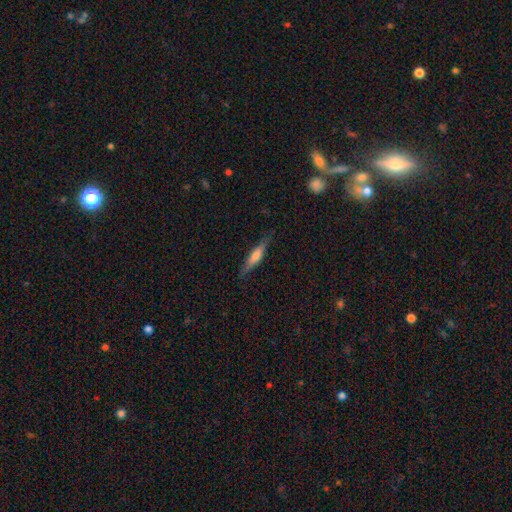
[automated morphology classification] Smooth or featured: featured or disk — 53% (smooth — 40%)
Edge-on disk: yes — 95% (no — 5%)
Edge-on bulge: rounded — 72% (boxy — 17%)
Merging: none — 85% (minor disturbance — 11%)